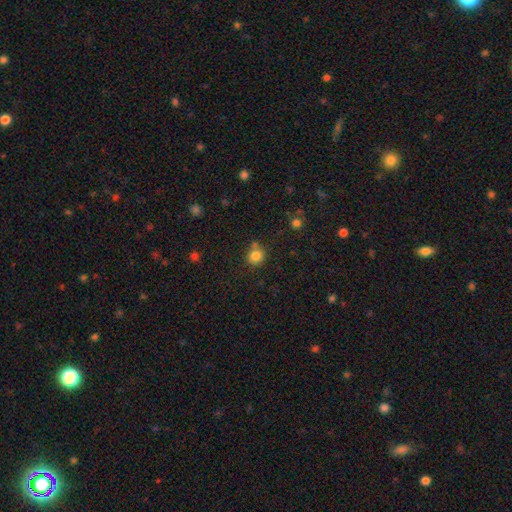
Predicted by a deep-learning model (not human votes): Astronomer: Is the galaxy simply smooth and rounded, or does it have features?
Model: smooth — 82%.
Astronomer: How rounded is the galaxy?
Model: round — 85%.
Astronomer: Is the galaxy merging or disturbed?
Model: none — 70%.